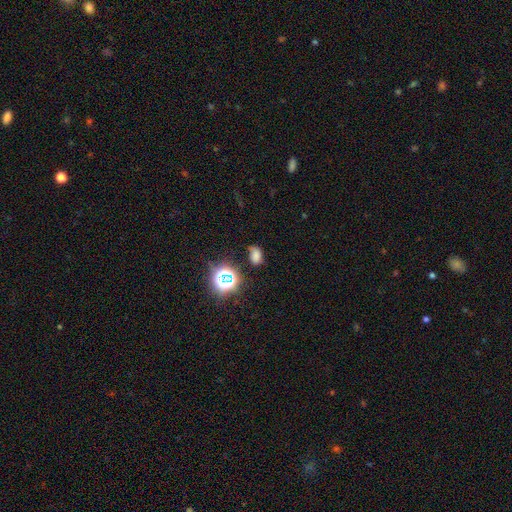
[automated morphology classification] A smooth galaxy with no disk features (64%) that is in between round and cigar-shaped (81%).

Vote fractions:
- Smooth or featured? smooth: 64% / star or artifact: 27% / featured or disk: 9%
- How rounded? in between: 81% / round: 17% / cigar-shaped: 2%
- Merging? none: 63% / minor disturbance: 24% / major disturbance: 9% / merger: 4%